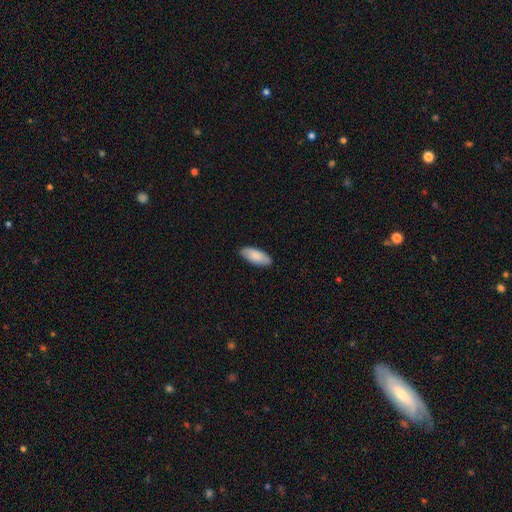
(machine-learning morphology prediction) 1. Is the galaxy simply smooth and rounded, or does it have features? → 85% smooth, 10% featured or disk, 5% star or artifact.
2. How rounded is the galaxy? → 85% in between, 13% cigar-shaped, 2% round.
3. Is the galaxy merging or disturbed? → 87% none, 11% minor disturbance, 2% major disturbance, 1% merger.